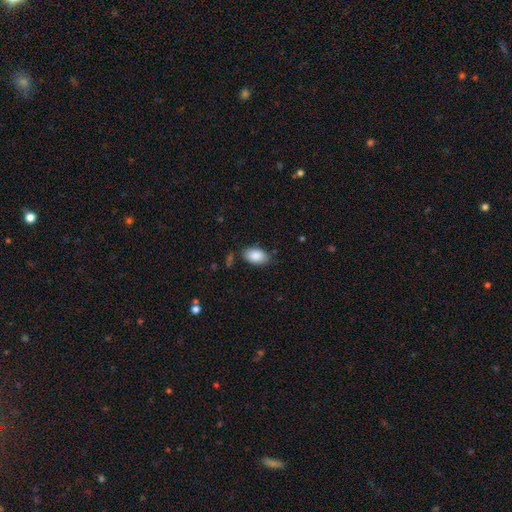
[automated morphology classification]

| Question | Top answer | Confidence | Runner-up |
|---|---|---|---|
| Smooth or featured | smooth | 88% | star or artifact (7%) |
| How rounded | in between | 93% | round (6%) |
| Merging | none | 78% | minor disturbance (16%) |